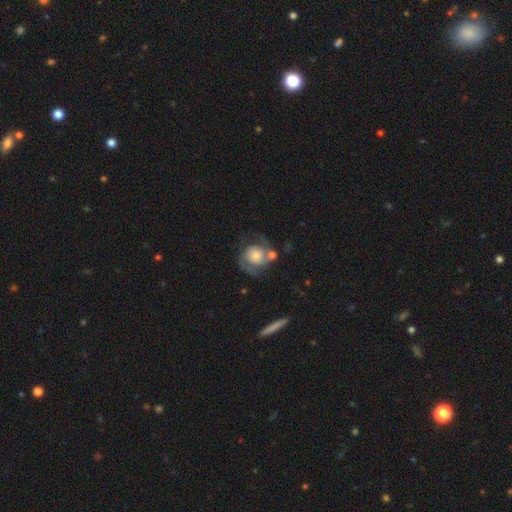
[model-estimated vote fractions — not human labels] Overall: featured or disk (79%). Edge-on disk: no (98%). Bar: no (76%). Spiral arms: yes (94%). Spiral arm count: 2 (88%). Spiral winding: medium (47%; tight 32%). Bulge size: moderate (38%; small 26%). Merging: none (54%; minor disturbance 18%).